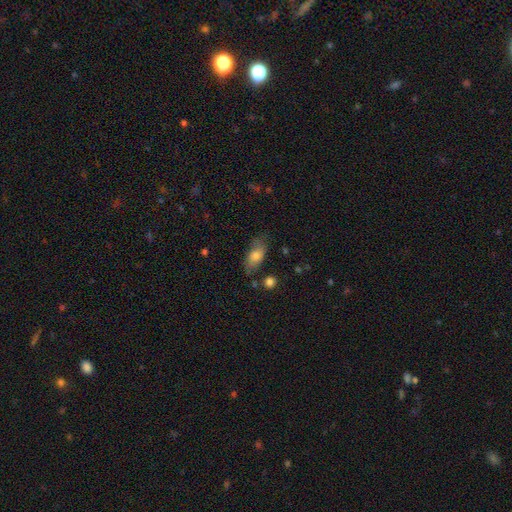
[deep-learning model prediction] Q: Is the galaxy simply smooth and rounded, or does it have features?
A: smooth — 72%.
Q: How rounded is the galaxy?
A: in between — 88%.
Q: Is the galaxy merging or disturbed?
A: none — 68%.